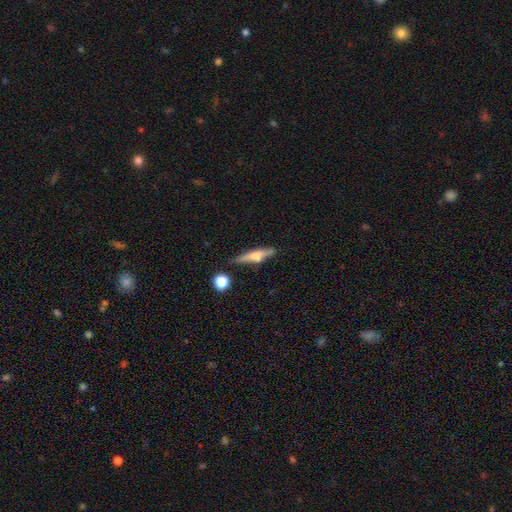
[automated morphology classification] This is possibly a smooth galaxy (47%). Merging: likely none (77%).